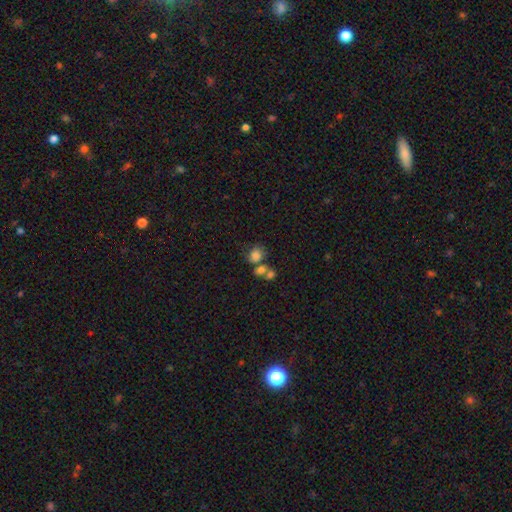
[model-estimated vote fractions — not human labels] A smooth galaxy with no disk features (78%) that is round (59%).

Vote fractions:
- Smooth or featured? smooth: 78% / star or artifact: 12% / featured or disk: 10%
- How rounded? round: 59% / in between: 40% / cigar-shaped: 1%
- Merging? merger: 41% / none: 39% / minor disturbance: 13% / major disturbance: 8%